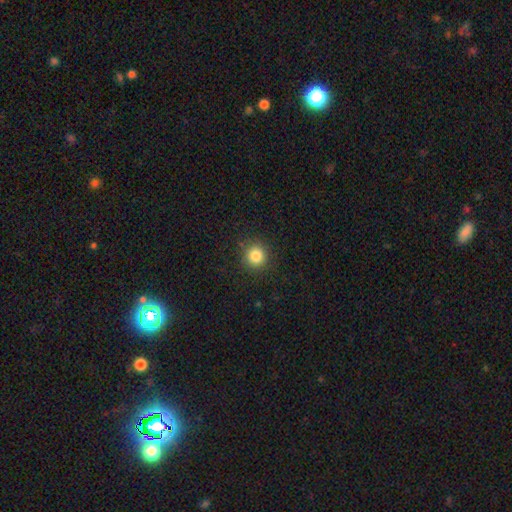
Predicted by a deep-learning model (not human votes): Smooth or featured? Predicted: smooth (p=0.84). How rounded? Predicted: round (p=0.93). Merging? Predicted: none (p=0.90).